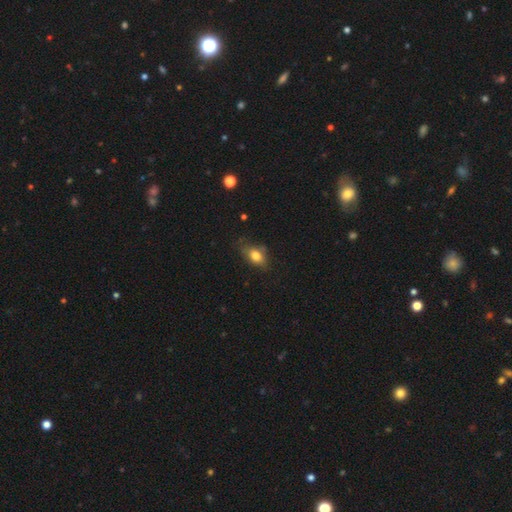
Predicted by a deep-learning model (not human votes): smooth-or-featured: smooth: 78% | featured or disk: 13% | star or artifact: 9%
  how-rounded: in between: 79% | round: 17% | cigar-shaped: 3%
  merging: none: 61% | minor disturbance: 29% | major disturbance: 8% | merger: 3%